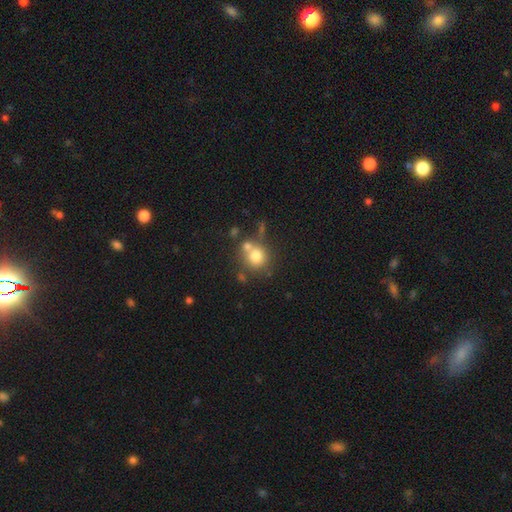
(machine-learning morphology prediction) This is likely a smooth galaxy (75%). How rounded: clearly round (87%). Merging: possibly none (54%).